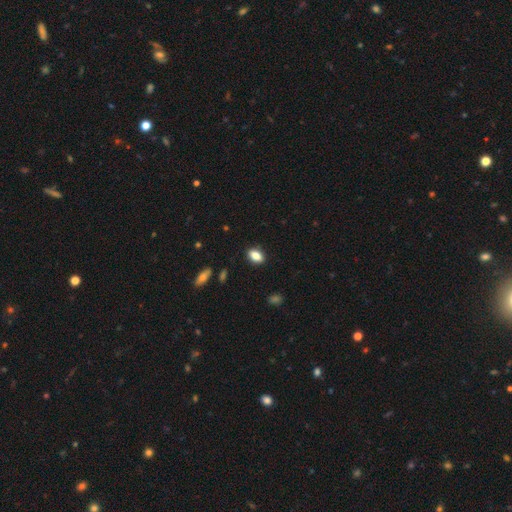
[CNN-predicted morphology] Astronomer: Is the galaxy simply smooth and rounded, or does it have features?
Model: smooth — 83%.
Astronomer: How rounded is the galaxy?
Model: in between — 86%.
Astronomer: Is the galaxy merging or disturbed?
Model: none — 87%.